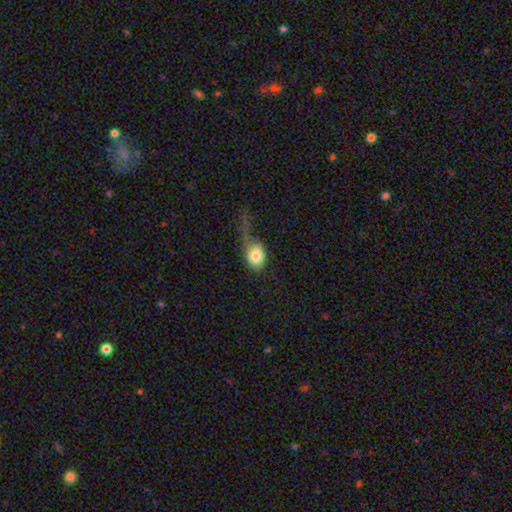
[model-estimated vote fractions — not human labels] Smooth or featured? Predicted: smooth (p=0.80). How rounded? Predicted: in between (p=0.67). Merging? Predicted: major disturbance (p=0.44).